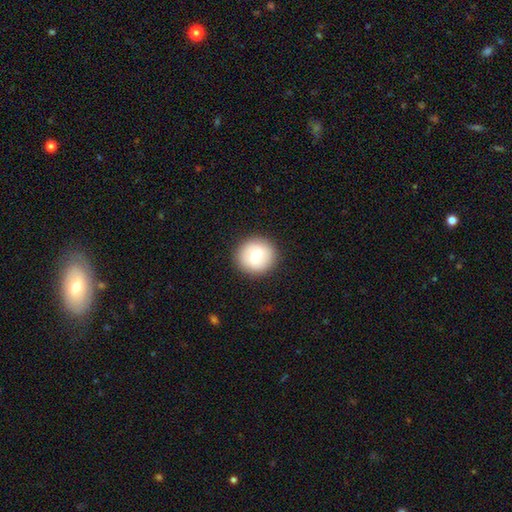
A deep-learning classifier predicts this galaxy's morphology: Smooth or featured?
  - smooth: 75% *
  - featured or disk: 17%
  - star or artifact: 8%
How rounded?
  - round: 93% *
  - in between: 6%
  - cigar-shaped: 1%
Merging?
  - none: 91% *
  - minor disturbance: 6%
  - major disturbance: 2%
  - merger: 1%